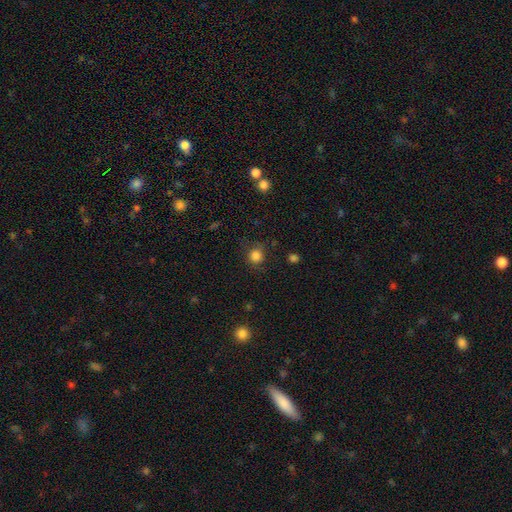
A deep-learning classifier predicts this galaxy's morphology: Smooth or featured? Predicted: smooth (p=0.84). How rounded? Predicted: round (p=0.90). Merging? Predicted: none (p=0.80).